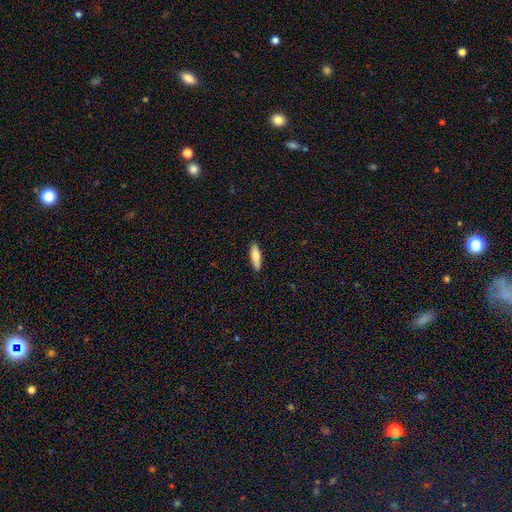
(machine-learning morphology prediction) Smooth or featured? smooth (69%)
How rounded? cigar-shaped (57%)
Merging? none (89%)